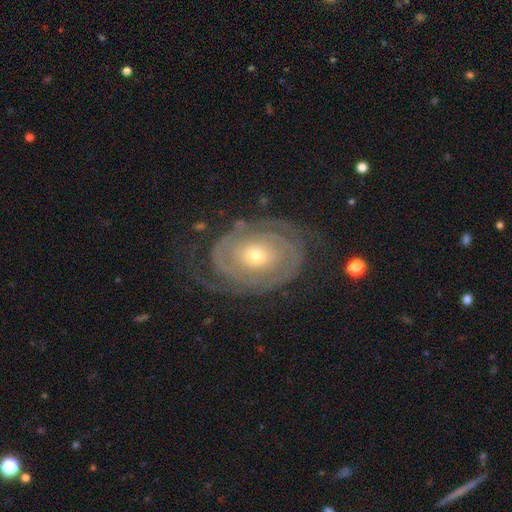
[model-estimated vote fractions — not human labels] smooth_or_featured: featured or disk (p=0.86) [alt: smooth p=0.08]
disk_edge_on: no (p=0.96) [alt: yes p=0.04]
bar: no (p=0.78) [alt: weak p=0.15]
has_spiral_arms: yes (p=0.92) [alt: no p=0.08]
spiral_winding: tight (p=0.78) [alt: medium p=0.17]
spiral_arm_count: 2 (p=0.54) [alt: can't tell p=0.23]
bulge_size: small (p=0.59) [alt: moderate p=0.37]
merging: none (p=0.72) [alt: minor disturbance p=0.16]